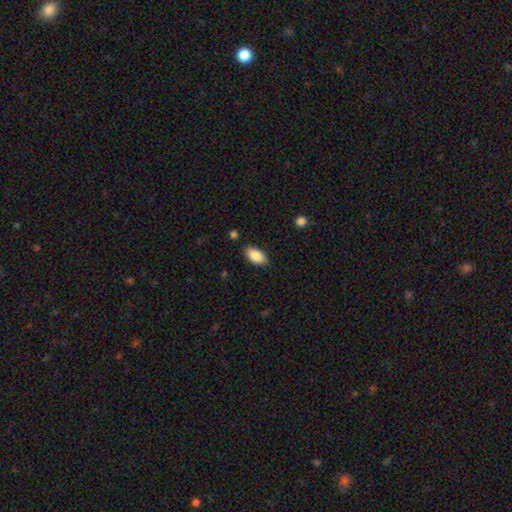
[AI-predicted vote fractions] Smooth or featured? smooth (85%)
How rounded? in between (93%)
Merging? none (87%)